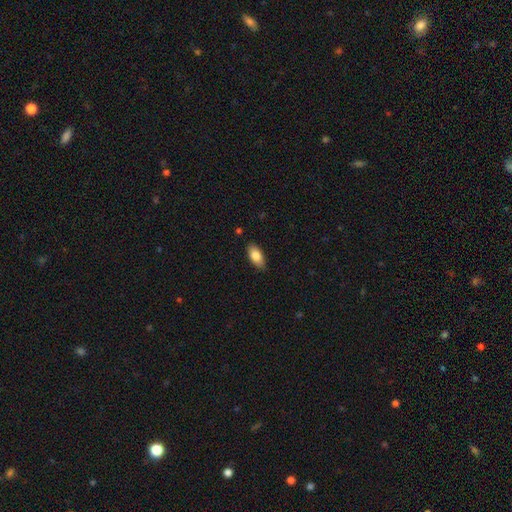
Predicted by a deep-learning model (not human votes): Smooth or featured? Predicted: smooth (p=0.83). How rounded? Predicted: in between (p=0.91). Merging? Predicted: none (p=0.86).